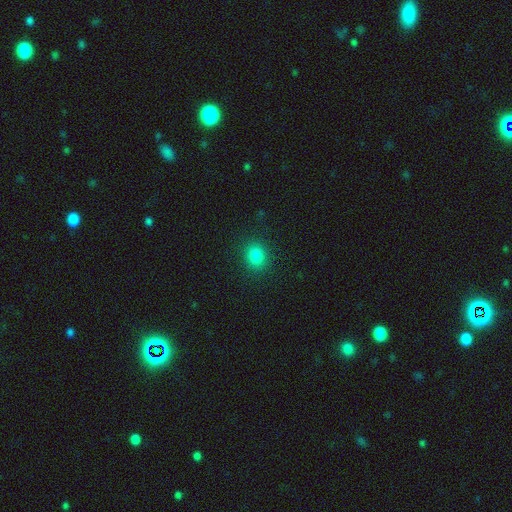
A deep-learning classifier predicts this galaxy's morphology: Overall: smooth (82%). How rounded: round (71%). Merging: none (89%).